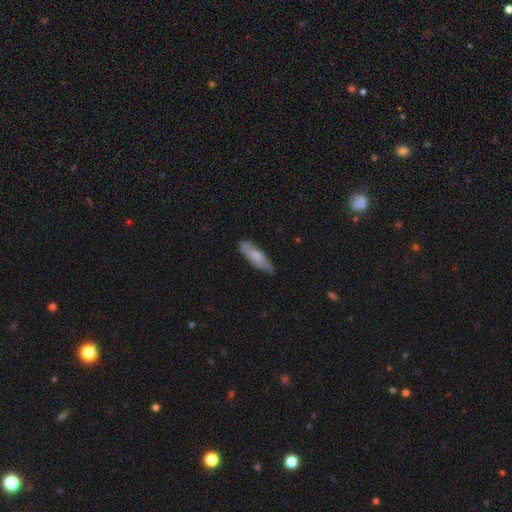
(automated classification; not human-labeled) Smooth or featured? Predicted: smooth (p=0.64). How rounded? Predicted: in between (p=0.50). Merging? Predicted: none (p=0.74).